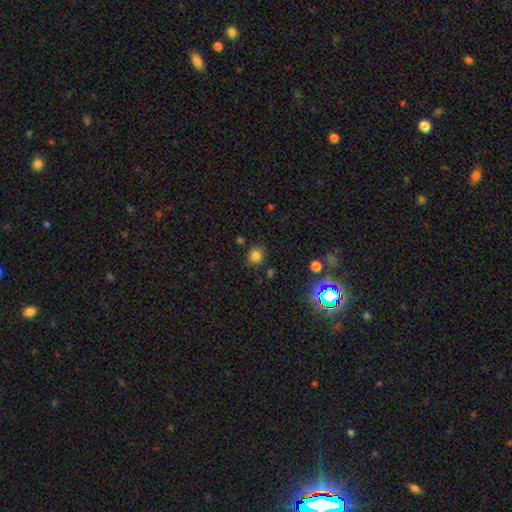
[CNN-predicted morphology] smooth-or-featured: smooth: 79% | star or artifact: 16% | featured or disk: 5%
  how-rounded: round: 85% | in between: 14% | cigar-shaped: 1%
  merging: none: 84% | minor disturbance: 10% | merger: 3% | major disturbance: 3%